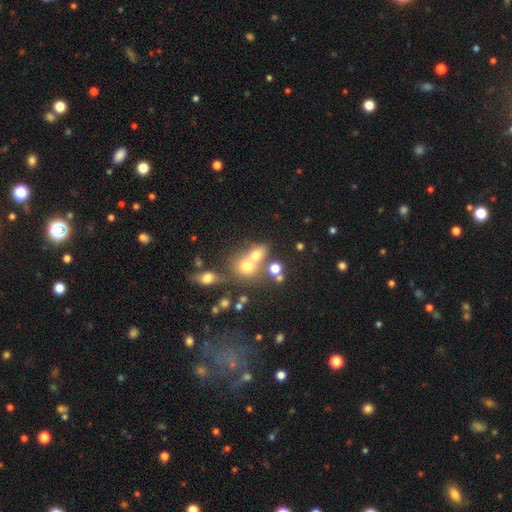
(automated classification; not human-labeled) smooth_or_featured: smooth (p=0.66) [alt: featured or disk p=0.17]
how_rounded: round (p=0.54) [alt: in between p=0.44]
merging: merger (p=0.52) [alt: none p=0.34]